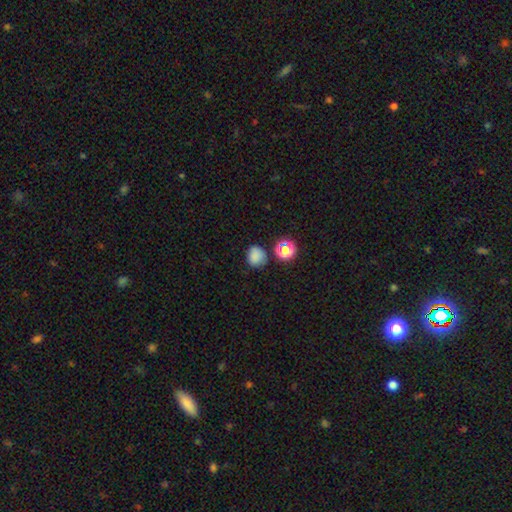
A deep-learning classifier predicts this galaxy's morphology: The model was most divided on "how rounded": round: 75%, in between: 24%, cigar-shaped: 1%. More confident: smooth or featured — smooth (80%); merging — none (74%).